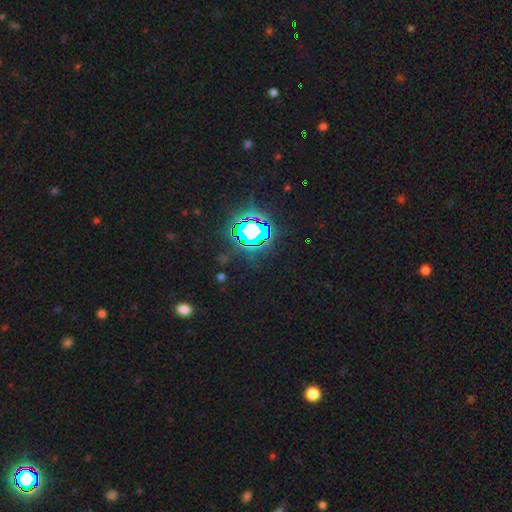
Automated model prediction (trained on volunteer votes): Smooth or featured?
  - star or artifact: 81% *
  - smooth: 12%
  - featured or disk: 7%